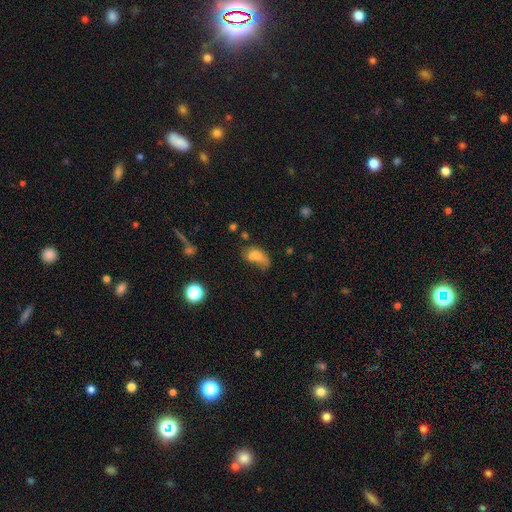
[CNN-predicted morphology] A smooth galaxy with no disk features (68%) that is in between round and cigar-shaped (83%). Merging: merger (26%, tied with major disturbance).